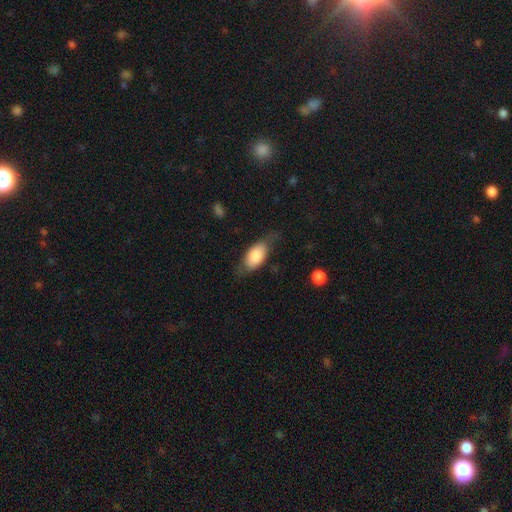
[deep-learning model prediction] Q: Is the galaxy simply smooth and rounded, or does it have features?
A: smooth — 77%.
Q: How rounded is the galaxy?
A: in between — 88%.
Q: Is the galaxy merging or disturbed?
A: none — 60%.